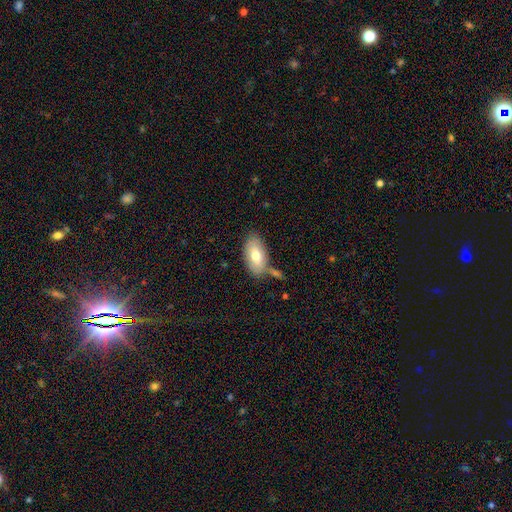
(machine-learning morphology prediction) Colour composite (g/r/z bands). It shows a smooth galaxy with no disk features (72%) that is in between round and cigar-shaped (93%). Merging: none (68%).